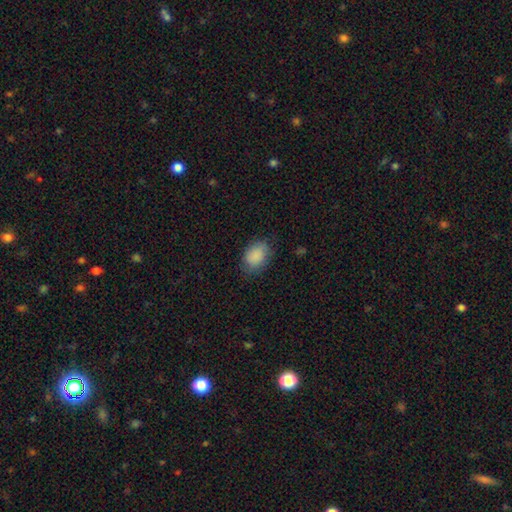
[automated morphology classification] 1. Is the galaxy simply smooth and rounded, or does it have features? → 88% smooth, 8% star or artifact, 5% featured or disk.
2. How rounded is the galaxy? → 76% in between, 23% round, 1% cigar-shaped.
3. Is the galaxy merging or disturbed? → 74% none, 19% minor disturbance, 5% major disturbance, 1% merger.